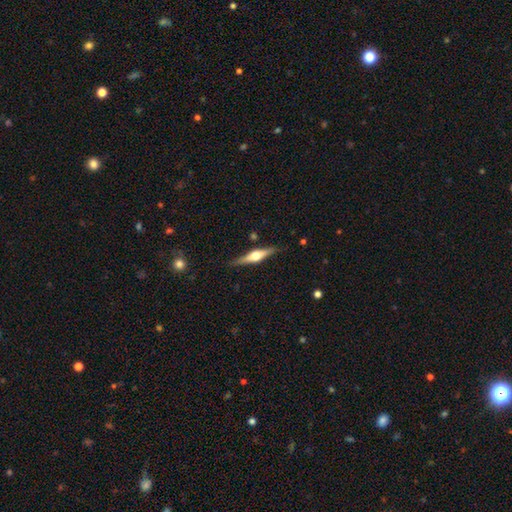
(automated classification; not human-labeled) smooth-or-featured: featured or disk: 72% | smooth: 23% | star or artifact: 5%
  disk-edge-on: yes: 97% | no: 3%
    edge-on-bulge: rounded: 94% | boxy: 4% | none: 2%
  merging: none: 87% | minor disturbance: 10% | major disturbance: 2% | merger: 2%